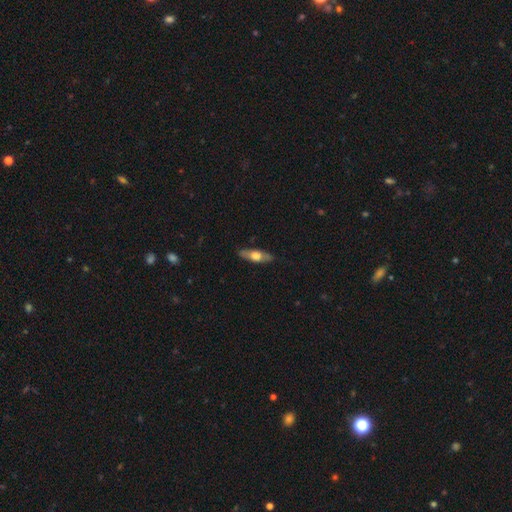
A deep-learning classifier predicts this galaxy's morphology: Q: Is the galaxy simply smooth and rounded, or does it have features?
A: smooth — 49%.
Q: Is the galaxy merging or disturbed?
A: none — 87%.